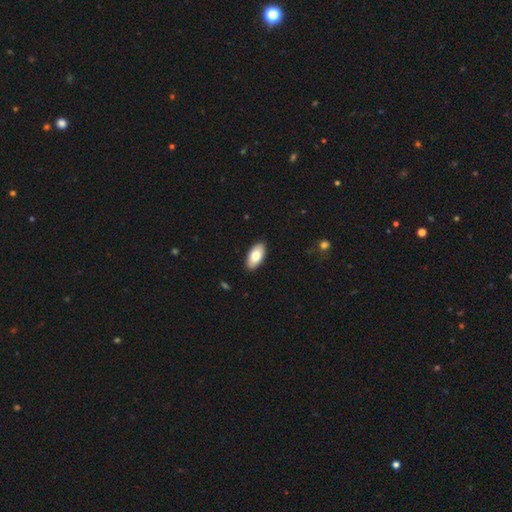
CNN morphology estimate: This is likely a smooth galaxy (79%). How rounded: clearly in between (94%). Merging: clearly none (90%).